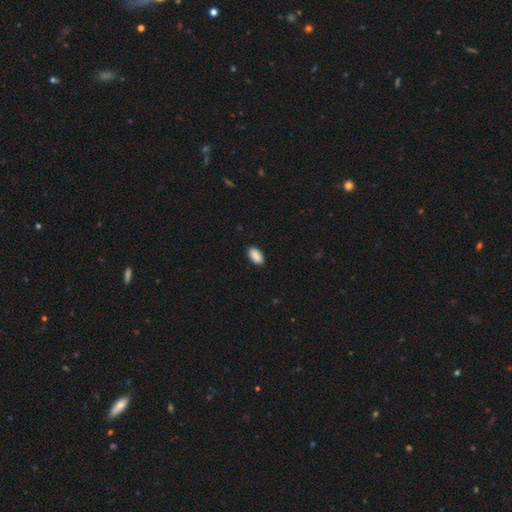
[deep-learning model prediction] smooth-or-featured: smooth: 91% | star or artifact: 7% | featured or disk: 3%
  how-rounded: in between: 94% | cigar-shaped: 3% | round: 3%
  merging: none: 89% | minor disturbance: 8% | major disturbance: 2% | merger: 1%